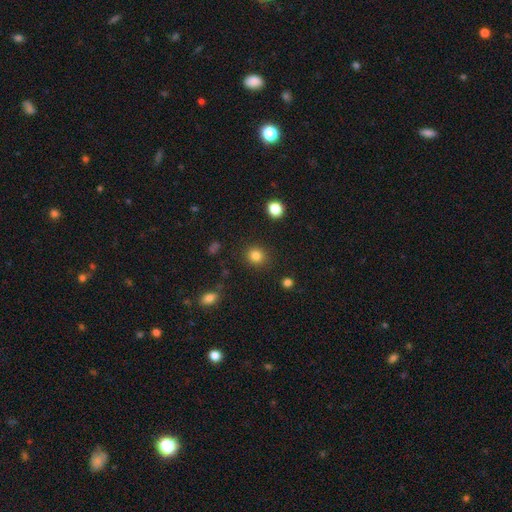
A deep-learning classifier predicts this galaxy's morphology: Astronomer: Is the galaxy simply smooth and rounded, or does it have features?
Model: smooth — 83%.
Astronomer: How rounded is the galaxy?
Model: round — 86%.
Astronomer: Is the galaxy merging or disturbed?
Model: none — 89%.